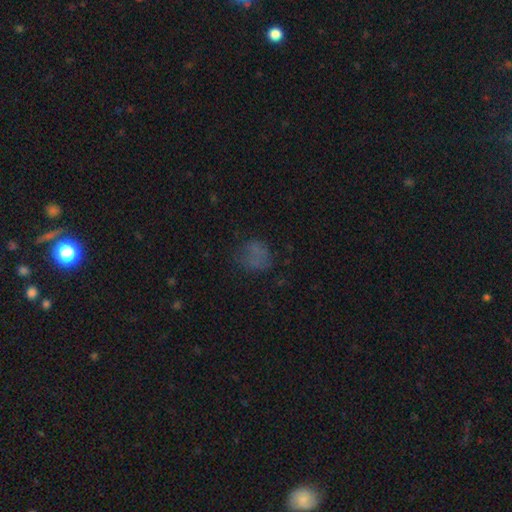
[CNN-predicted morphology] Smooth or featured: smooth — 58% (star or artifact — 23%)
How rounded: round — 57% (in between — 41%)
Merging: none — 55% (minor disturbance — 23%)